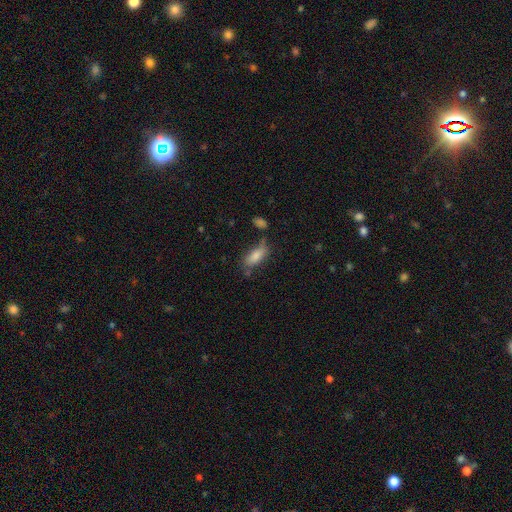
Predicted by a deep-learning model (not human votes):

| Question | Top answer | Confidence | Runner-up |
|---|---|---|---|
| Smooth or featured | smooth | 81% | featured or disk (11%) |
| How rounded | in between | 75% | cigar-shaped (23%) |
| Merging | none | 64% | minor disturbance (19%) |